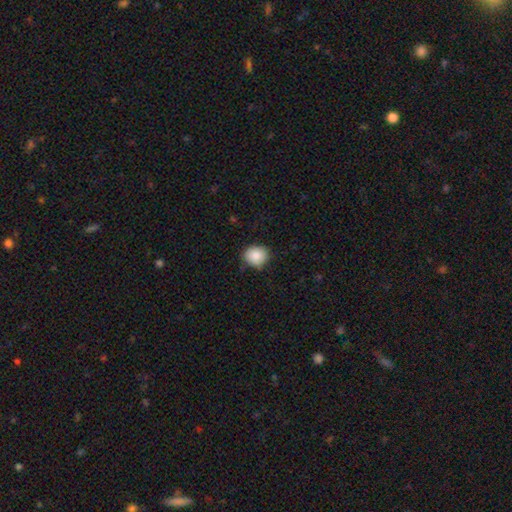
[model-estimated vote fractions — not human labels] The model was most divided on "how rounded": round: 74%, in between: 25%, cigar-shaped: 1%. More confident: smooth or featured — smooth (88%); merging — none (79%).